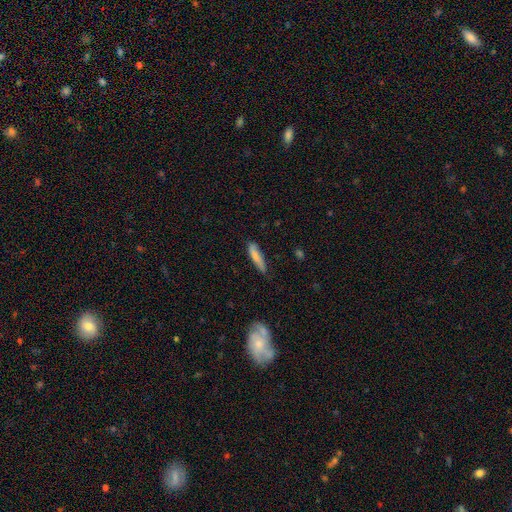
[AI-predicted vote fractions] Smooth or featured? smooth (77%)
How rounded? cigar-shaped (82%)
Merging? none (69%)